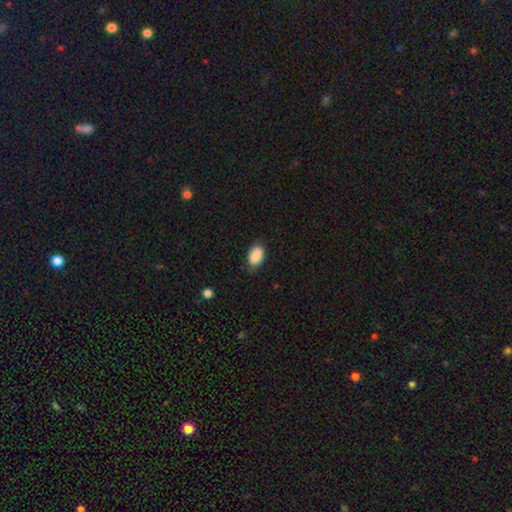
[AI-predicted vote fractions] This appears to be a smooth galaxy with no disk features (89%) that is in between round and cigar-shaped (91%). Merging: none (77%).